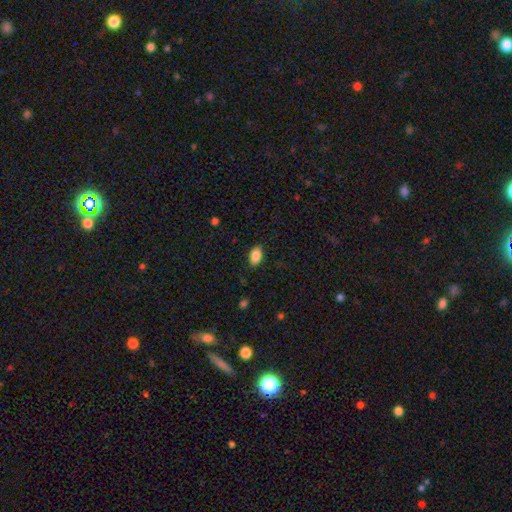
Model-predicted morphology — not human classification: Smooth or featured? smooth (87%)
How rounded? in between (91%)
Merging? none (86%)